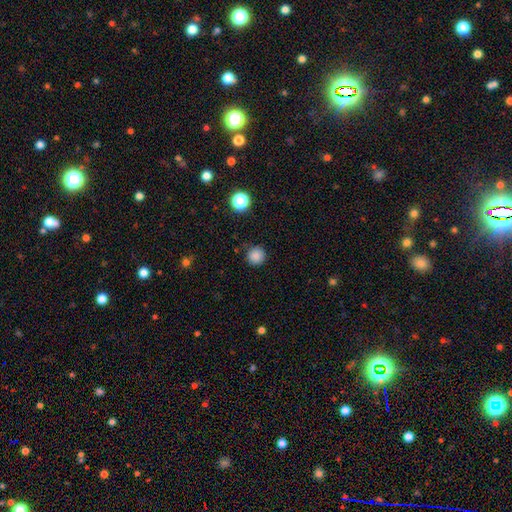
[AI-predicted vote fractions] smooth-or-featured: smooth: 85% | star or artifact: 12% | featured or disk: 3%
  how-rounded: round: 95% | in between: 4% | cigar-shaped: 1%
  merging: none: 88% | minor disturbance: 8% | major disturbance: 2% | merger: 2%